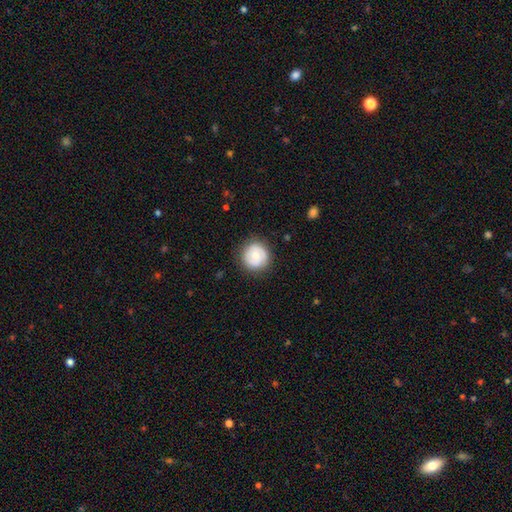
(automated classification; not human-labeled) Smooth or featured? Predicted: smooth (p=0.61). How rounded? Predicted: round (p=0.93). Merging? Predicted: none (p=0.85).